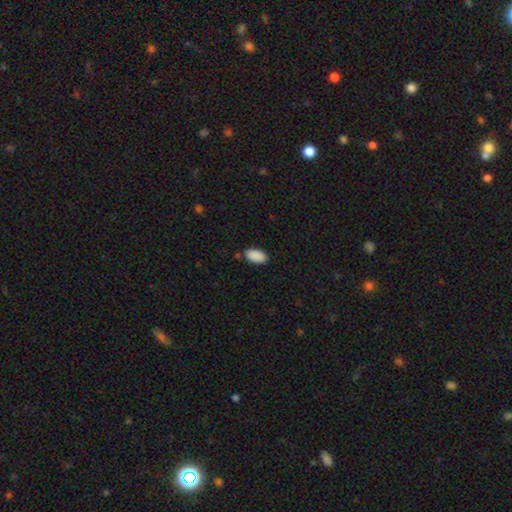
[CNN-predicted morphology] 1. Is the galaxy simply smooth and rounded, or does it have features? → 91% smooth, 7% star or artifact, 3% featured or disk.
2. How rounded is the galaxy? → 95% in between, 3% round, 2% cigar-shaped.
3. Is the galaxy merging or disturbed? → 85% none, 11% minor disturbance, 2% major disturbance, 2% merger.